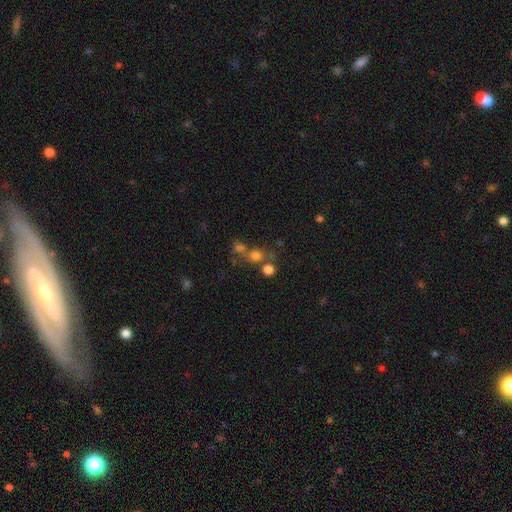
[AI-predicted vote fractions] smooth_or_featured: smooth (p=0.68) [alt: star or artifact p=0.21]
how_rounded: round (p=0.82) [alt: in between p=0.17]
merging: none (p=0.52) [alt: merger p=0.34]